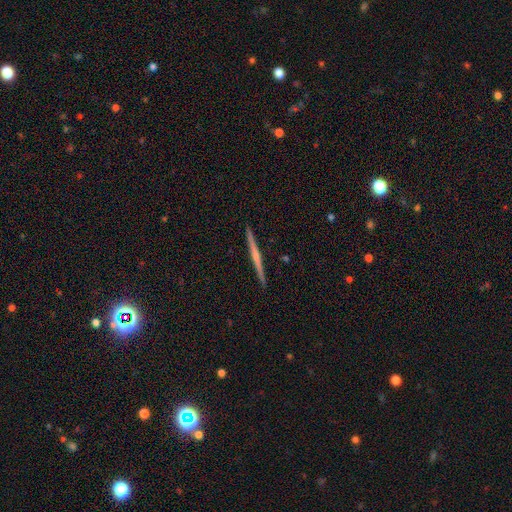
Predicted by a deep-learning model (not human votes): Smooth or featured? Predicted: featured or disk (p=0.71). Edge-on disk? Predicted: yes (p=0.99). Edge-on bulge? Predicted: rounded (p=0.50). Merging? Predicted: none (p=0.93).